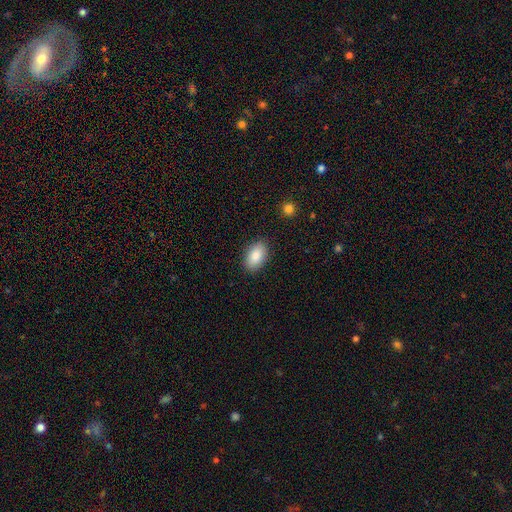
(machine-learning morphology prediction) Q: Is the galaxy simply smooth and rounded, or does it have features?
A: smooth — 86%.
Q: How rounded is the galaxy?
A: in between — 92%.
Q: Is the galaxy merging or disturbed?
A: none — 88%.